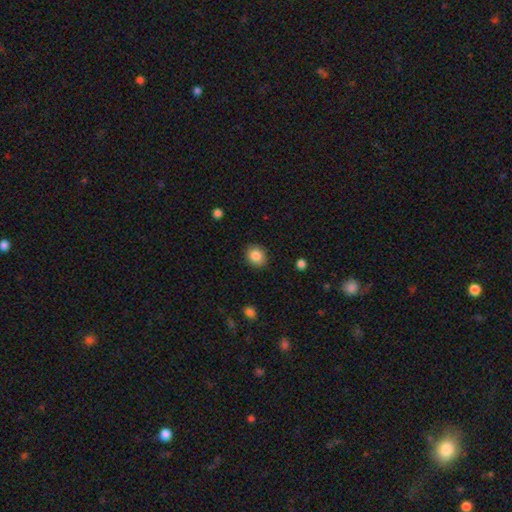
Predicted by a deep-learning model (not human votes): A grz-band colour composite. It shows a smooth galaxy with no disk features (85%) that is round (69%). Merging: none (88%).